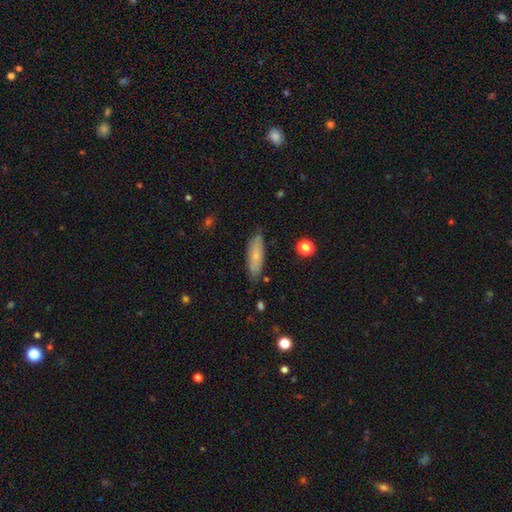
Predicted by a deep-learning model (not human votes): Overall: smooth (71%). How rounded: cigar-shaped (55%; in between 42%). Merging: none (82%).